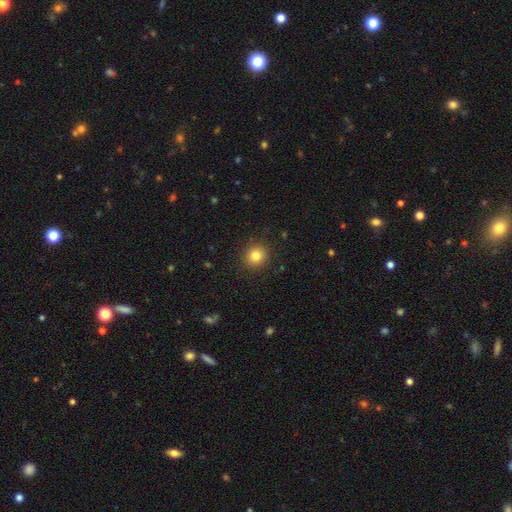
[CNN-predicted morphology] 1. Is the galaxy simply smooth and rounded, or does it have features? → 83% smooth, 12% star or artifact, 6% featured or disk.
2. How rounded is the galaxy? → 86% round, 13% in between, 1% cigar-shaped.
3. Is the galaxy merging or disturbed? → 90% none, 6% minor disturbance, 2% major disturbance, 1% merger.